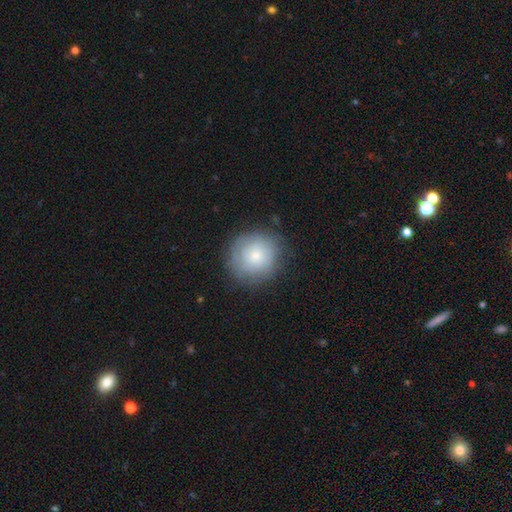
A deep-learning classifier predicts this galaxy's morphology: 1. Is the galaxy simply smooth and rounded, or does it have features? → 62% smooth, 29% featured or disk, 8% star or artifact.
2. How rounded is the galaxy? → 90% round, 9% in between, 1% cigar-shaped.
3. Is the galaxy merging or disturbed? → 77% none, 16% minor disturbance, 6% major disturbance, 1% merger.